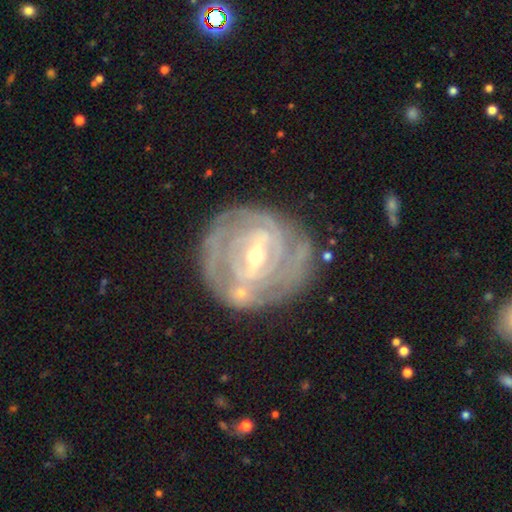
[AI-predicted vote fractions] Smooth or featured: featured or disk — 88% (smooth — 7%)
Edge-on disk: no — 95% (yes — 5%)
Bar: strong — 51% (weak — 38%)
Spiral arms: yes — 90% (no — 10%)
Spiral winding: tight — 80% (medium — 16%)
Spiral arm count: can't tell — 38% (3 — 18%)
Bulge size: small — 49% (moderate — 47%)
Merging: none — 75% (minor disturbance — 15%)